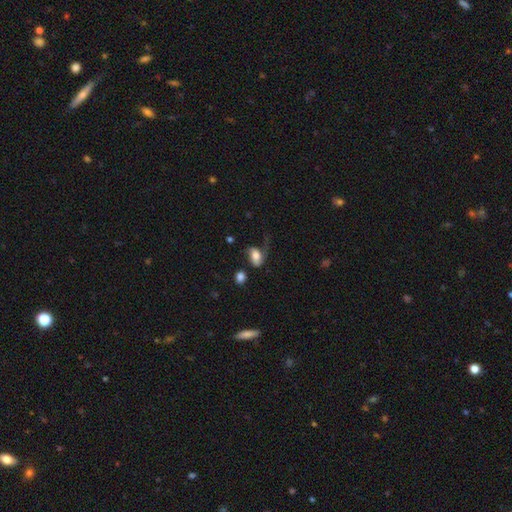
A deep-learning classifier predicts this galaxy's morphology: A smooth galaxy with no disk features (58%) that is in between round and cigar-shaped (82%). Merging: major disturbance (41%).